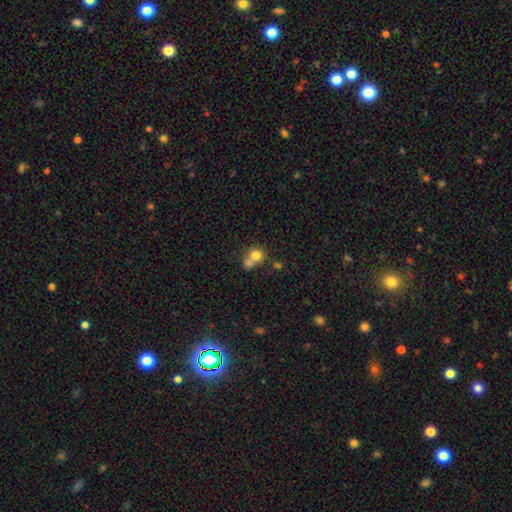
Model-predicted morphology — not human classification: This is likely a smooth galaxy (75%). How rounded: likely round (77%). Merging: possibly merger (53%).